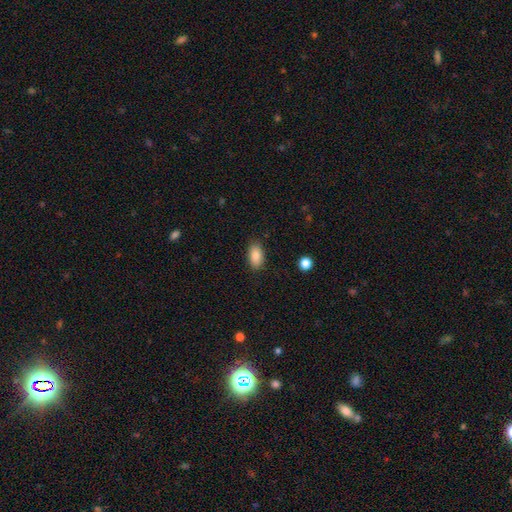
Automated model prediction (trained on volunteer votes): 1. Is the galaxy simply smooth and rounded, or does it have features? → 86% smooth, 8% star or artifact, 7% featured or disk.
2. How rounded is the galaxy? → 92% in between, 5% round, 3% cigar-shaped.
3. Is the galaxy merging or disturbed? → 85% none, 11% minor disturbance, 2% major disturbance, 1% merger.